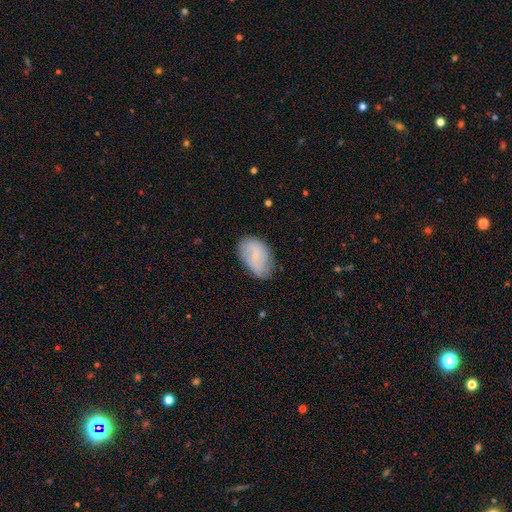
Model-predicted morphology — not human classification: Smooth or featured?
  - smooth: 61% *
  - featured or disk: 32%
  - star or artifact: 7%
How rounded?
  - in between: 90% *
  - round: 9%
  - cigar-shaped: 1%
Merging?
  - none: 72% *
  - minor disturbance: 22%
  - major disturbance: 5%
  - merger: 1%